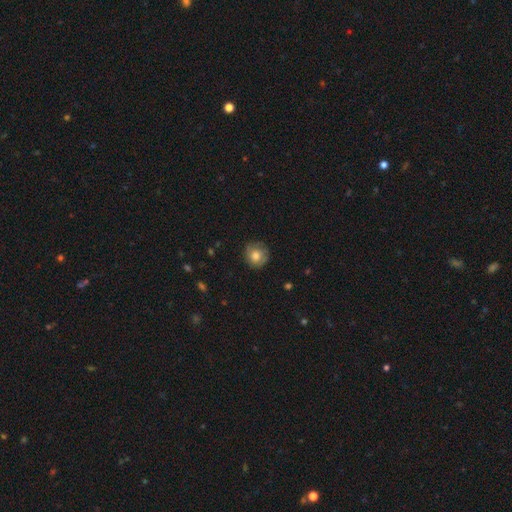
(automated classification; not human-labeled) Smooth or featured: smooth — 72% (featured or disk — 19%)
How rounded: round — 89% (in between — 10%)
Merging: none — 76% (minor disturbance — 18%)